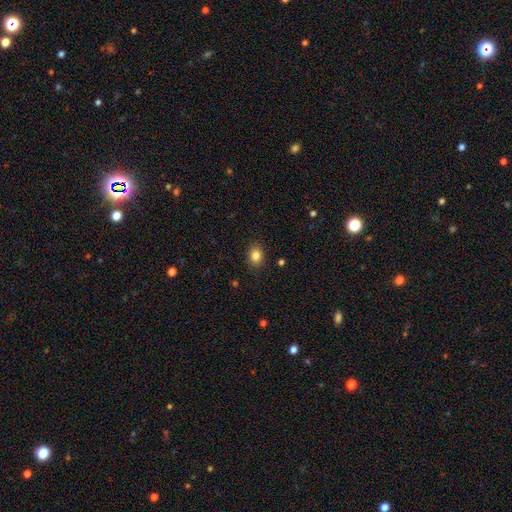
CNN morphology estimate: This is clearly a smooth galaxy (84%). How rounded: possibly in between (52%). Merging: clearly none (88%).